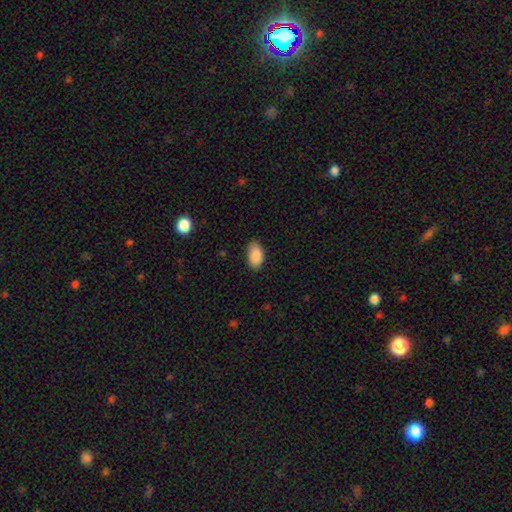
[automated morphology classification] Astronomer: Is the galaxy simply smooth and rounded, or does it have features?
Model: smooth — 89%.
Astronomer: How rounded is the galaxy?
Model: in between — 94%.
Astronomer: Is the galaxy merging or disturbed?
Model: none — 78%.